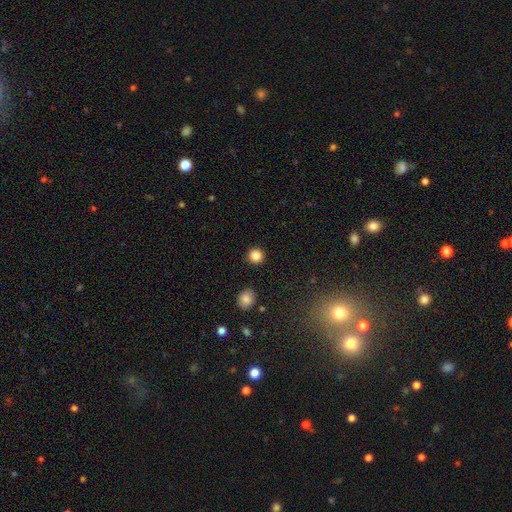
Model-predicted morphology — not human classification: The model was most divided on "smooth or featured": smooth: 85%, star or artifact: 11%, featured or disk: 4%. More confident: how rounded — round (94%); merging — none (92%).